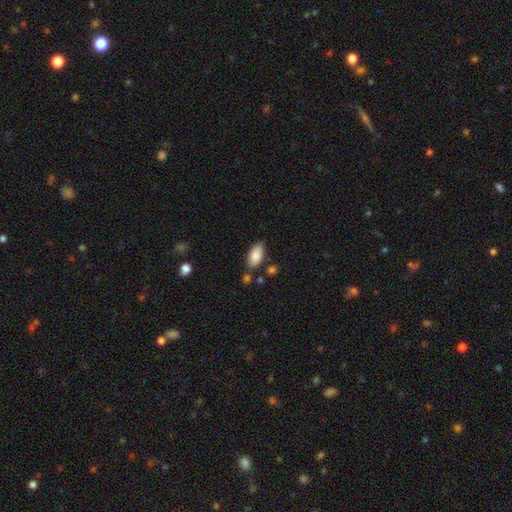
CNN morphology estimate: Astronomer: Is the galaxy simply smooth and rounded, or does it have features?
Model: smooth — 86%.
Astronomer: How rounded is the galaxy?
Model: in between — 90%.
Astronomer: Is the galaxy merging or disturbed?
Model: none — 72%.